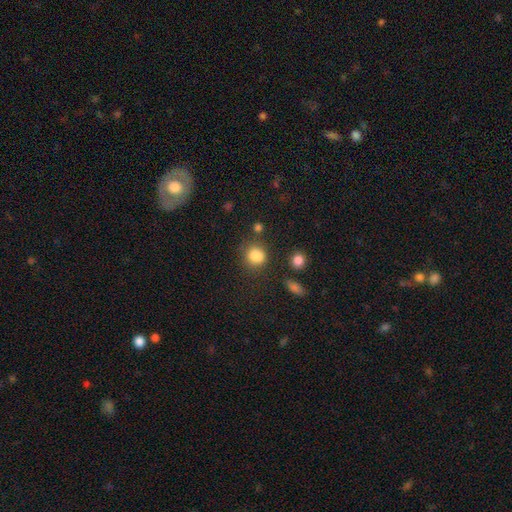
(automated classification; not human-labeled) Smooth or featured?
  - smooth: 82% *
  - star or artifact: 11%
  - featured or disk: 6%
How rounded?
  - round: 71% *
  - in between: 28%
  - cigar-shaped: 1%
Merging?
  - none: 62% *
  - minor disturbance: 19%
  - merger: 12%
  - major disturbance: 7%